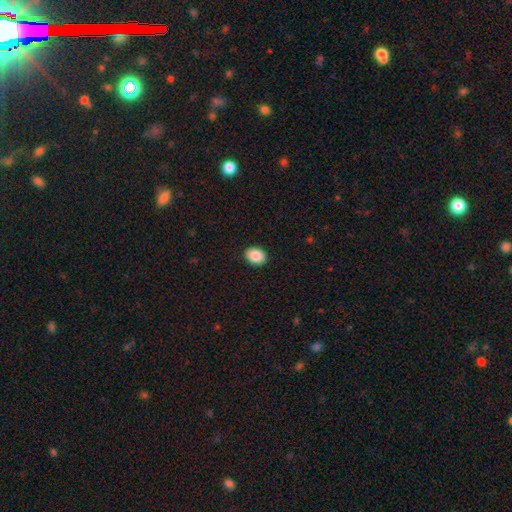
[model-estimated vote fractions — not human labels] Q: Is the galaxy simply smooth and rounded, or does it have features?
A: smooth — 89%.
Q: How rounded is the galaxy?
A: in between — 65%.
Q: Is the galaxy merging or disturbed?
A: none — 91%.